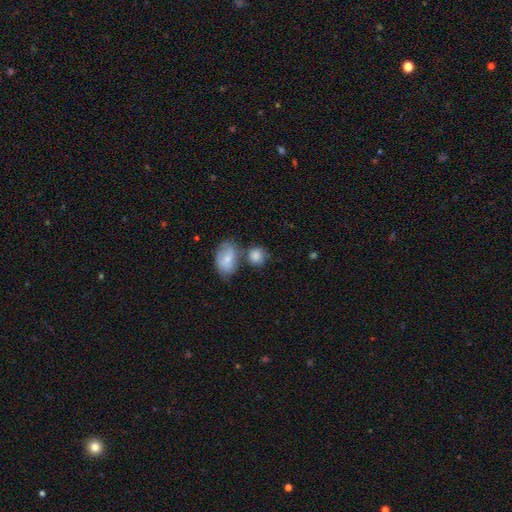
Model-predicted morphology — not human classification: A smooth galaxy with no disk features (80%) that is round (71%).

Vote fractions:
- Smooth or featured? smooth: 80% / featured or disk: 12% / star or artifact: 7%
- How rounded? round: 71% / in between: 28% / cigar-shaped: 2%
- Merging? none: 50% / merger: 28% / minor disturbance: 16% / major disturbance: 6%